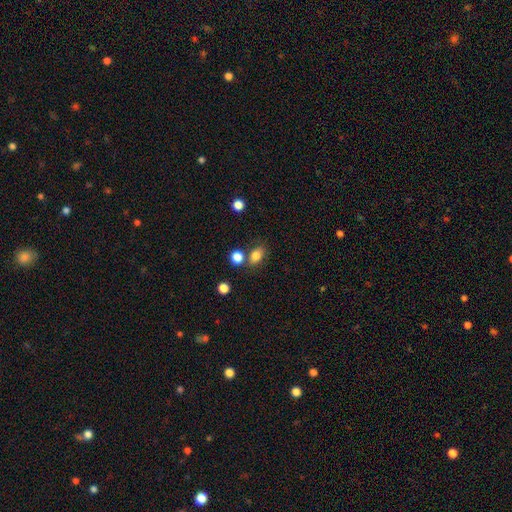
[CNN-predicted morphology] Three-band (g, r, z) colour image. It shows a smooth galaxy with no disk features (81%) that is in between round and cigar-shaped (69%). Merging: none (65%).